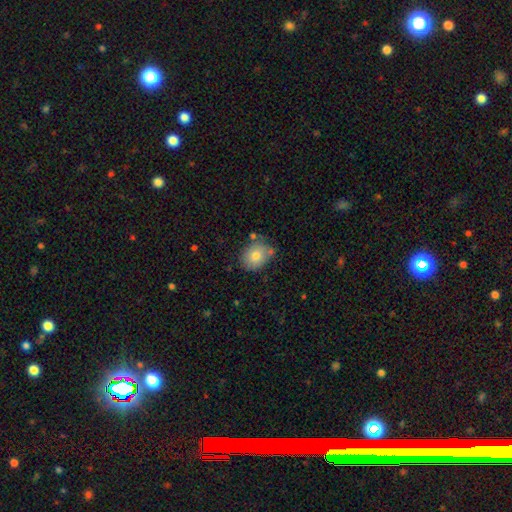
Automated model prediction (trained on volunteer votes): Smooth or featured? Predicted: smooth (p=0.77). How rounded? Predicted: in between (p=0.56). Merging? Predicted: none (p=0.69).